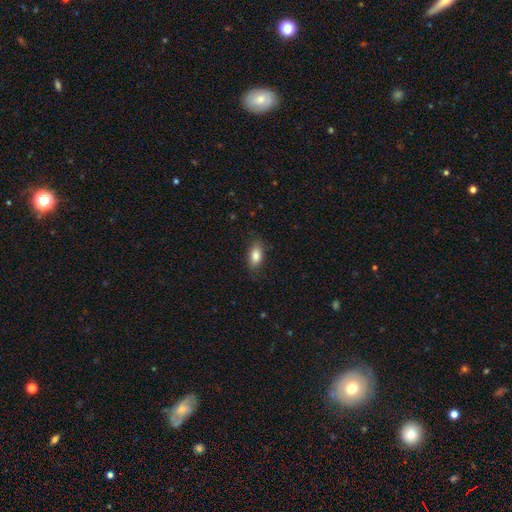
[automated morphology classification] This is clearly a smooth galaxy (84%). How rounded: clearly in between (89%). Merging: clearly none (84%).